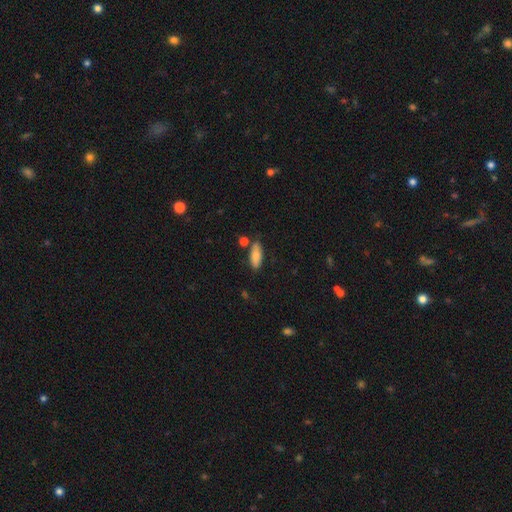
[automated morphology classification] Q: Smooth or featured?
A: smooth (83%); runner-up: featured or disk (11%)
Q: How rounded?
A: in between (73%); runner-up: cigar-shaped (24%)
Q: Merging?
A: none (75%); runner-up: minor disturbance (15%)